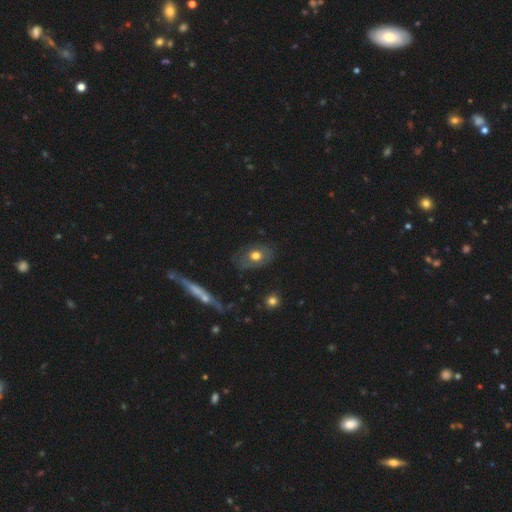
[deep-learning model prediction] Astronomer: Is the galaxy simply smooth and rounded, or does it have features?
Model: smooth — 55% (runner-up: featured or disk, 37%).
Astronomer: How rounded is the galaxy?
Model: in between — 75%.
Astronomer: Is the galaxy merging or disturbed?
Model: none — 75%.